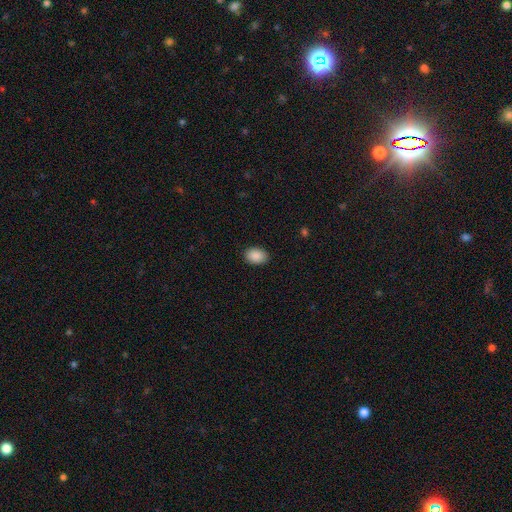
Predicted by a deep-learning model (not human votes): This appears to be a smooth galaxy with no disk features (90%) that is in between round and cigar-shaped (80%). Merging: none (89%).